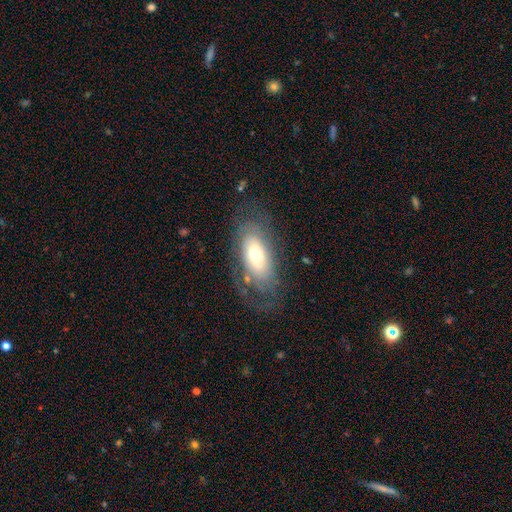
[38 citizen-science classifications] This is likely a featured or disk galaxy (61%). It is clearly not viewed edge-on (96%). Bar: clearly no (95%). Spiral arm pattern: possibly no (55%). Central bulge: possibly small (50%). Merging: possibly none (47%).